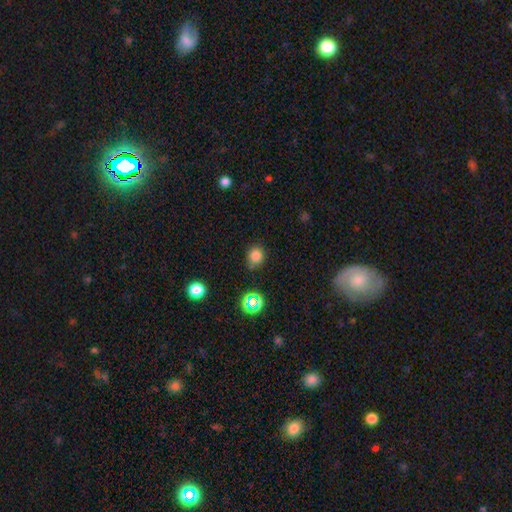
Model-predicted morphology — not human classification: A smooth galaxy with no disk features (79%) that is round (77%).

Vote fractions:
- Smooth or featured? smooth: 79% / star or artifact: 16% / featured or disk: 5%
- How rounded? round: 77% / in between: 22% / cigar-shaped: 1%
- Merging? none: 76% / minor disturbance: 16% / major disturbance: 4% / merger: 3%